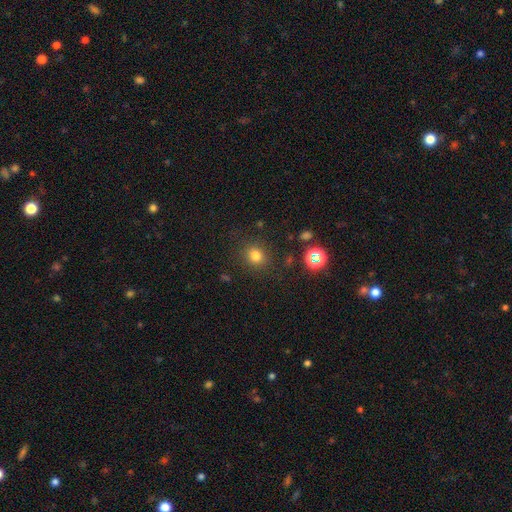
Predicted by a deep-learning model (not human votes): Morphology: type=smooth (78%); roundness=round (76%); merging=none (85%).